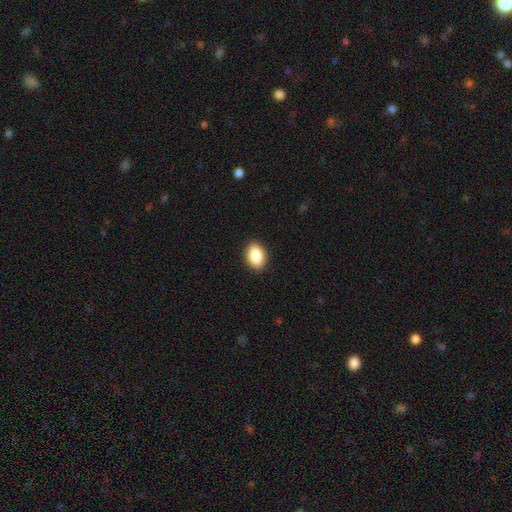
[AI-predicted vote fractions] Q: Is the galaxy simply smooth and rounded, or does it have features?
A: smooth — 88%.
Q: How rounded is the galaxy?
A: in between — 84%.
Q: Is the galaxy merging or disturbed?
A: none — 90%.